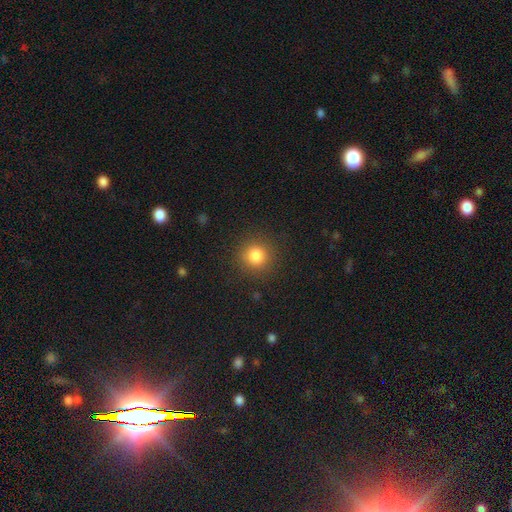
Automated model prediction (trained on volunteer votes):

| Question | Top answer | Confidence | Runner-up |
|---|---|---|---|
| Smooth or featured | smooth | 83% | star or artifact (12%) |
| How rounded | round | 92% | in between (7%) |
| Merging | none | 89% | minor disturbance (7%) |